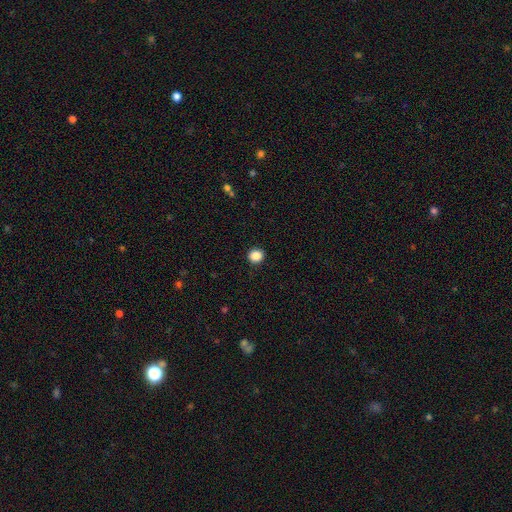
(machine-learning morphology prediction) Smooth or featured: smooth — 87% (star or artifact — 10%)
How rounded: round — 83% (in between — 16%)
Merging: none — 92% (minor disturbance — 6%)